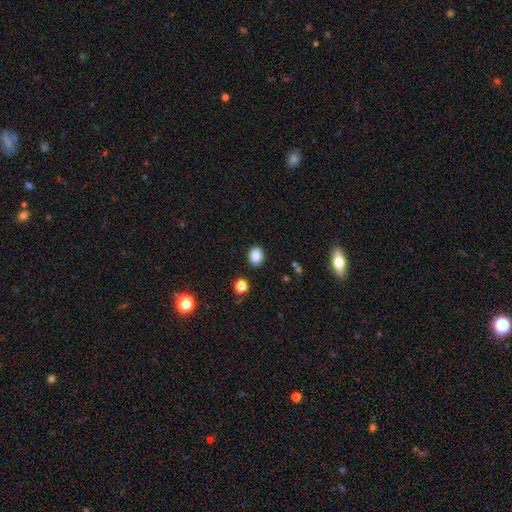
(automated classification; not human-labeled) Smooth or featured? Predicted: smooth (p=0.86). How rounded? Predicted: round (p=0.52). Merging? Predicted: none (p=0.88).